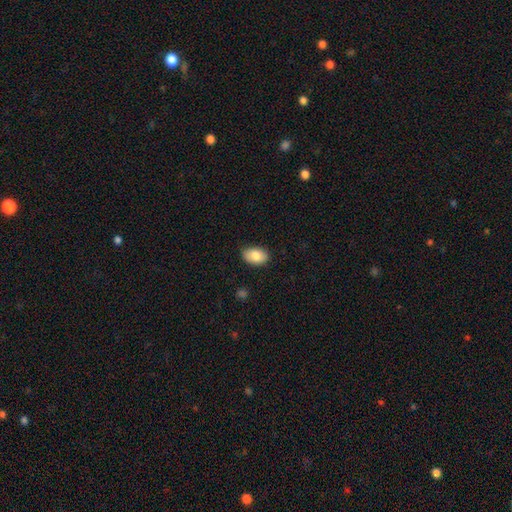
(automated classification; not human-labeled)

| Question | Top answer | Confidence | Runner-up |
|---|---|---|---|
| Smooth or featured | smooth | 82% | featured or disk (11%) |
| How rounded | in between | 89% | round (10%) |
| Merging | none | 82% | minor disturbance (15%) |